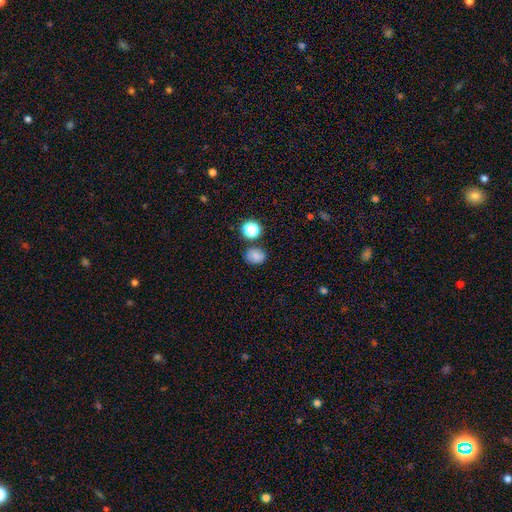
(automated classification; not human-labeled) Morphology: type=smooth (79%); roundness=round (55%); merging=none (76%).